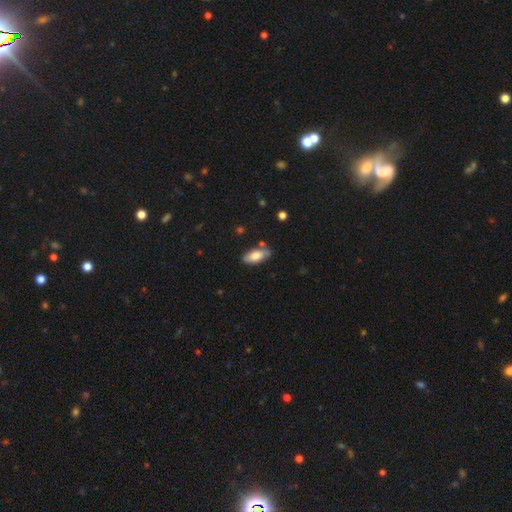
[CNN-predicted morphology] Smooth or featured? Predicted: smooth (p=0.78). How rounded? Predicted: in between (p=0.85). Merging? Predicted: none (p=0.78).